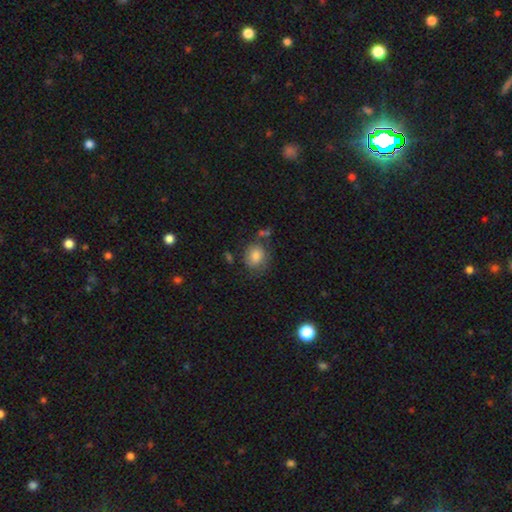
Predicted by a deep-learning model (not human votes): Q: Smooth or featured?
A: smooth (80%); runner-up: featured or disk (12%)
Q: How rounded?
A: round (65%); runner-up: in between (34%)
Q: Merging?
A: none (62%); runner-up: minor disturbance (23%)